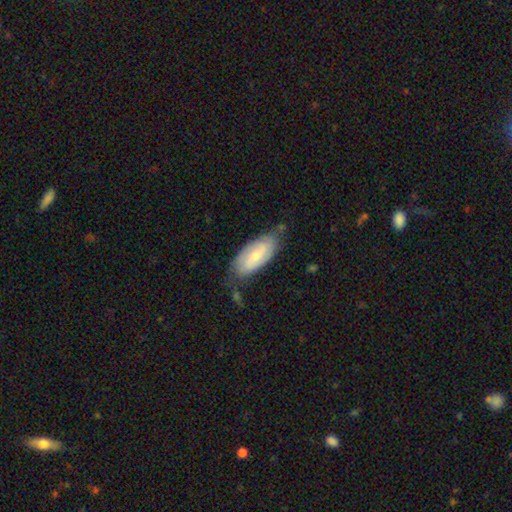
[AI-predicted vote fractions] Q: Smooth or featured?
A: smooth (52%); runner-up: featured or disk (42%)
Q: How rounded?
A: in between (84%); runner-up: cigar-shaped (14%)
Q: Merging?
A: none (62%); runner-up: minor disturbance (27%)